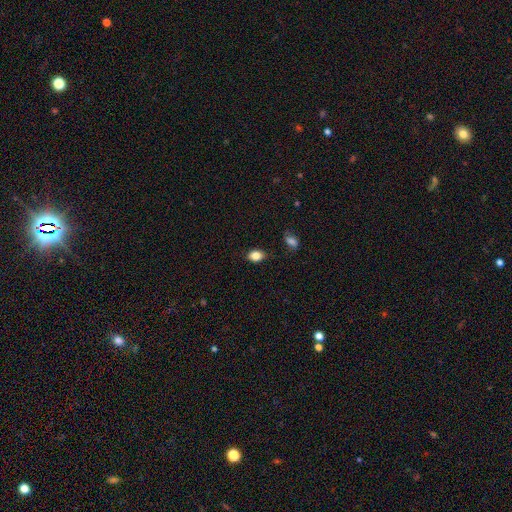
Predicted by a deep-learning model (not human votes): Smooth or featured: smooth — 85% (star or artifact — 9%)
How rounded: in between — 75% (round — 24%)
Merging: none — 84% (minor disturbance — 12%)